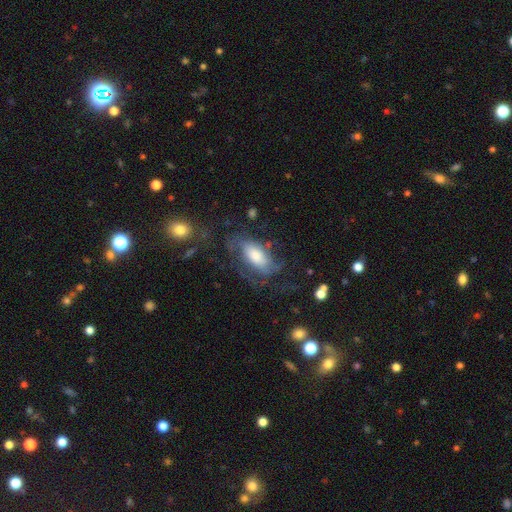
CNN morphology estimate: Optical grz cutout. It shows a featured or disk galaxy (62%) with no bar (55%), spiral arms (82%) and a large central bulge (40%). Merging: none (50%).